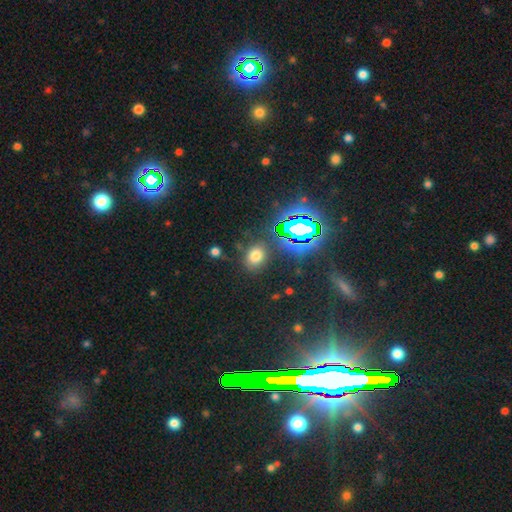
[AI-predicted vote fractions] A smooth galaxy with no disk features (66%) that is in between round and cigar-shaped (51%). Merging: none (79%).